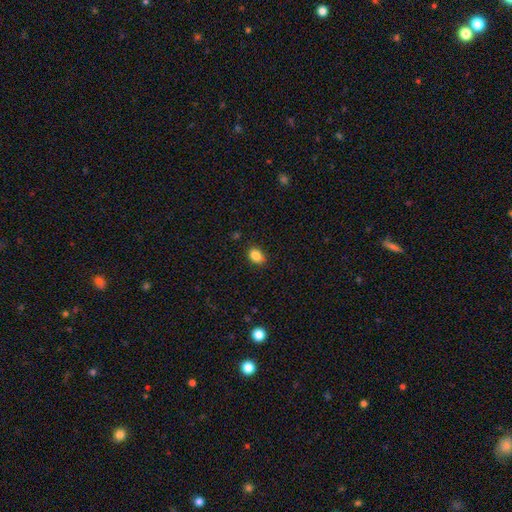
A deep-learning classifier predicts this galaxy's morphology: This is clearly a smooth galaxy (86%). How rounded: likely in between (73%). Merging: clearly none (86%).